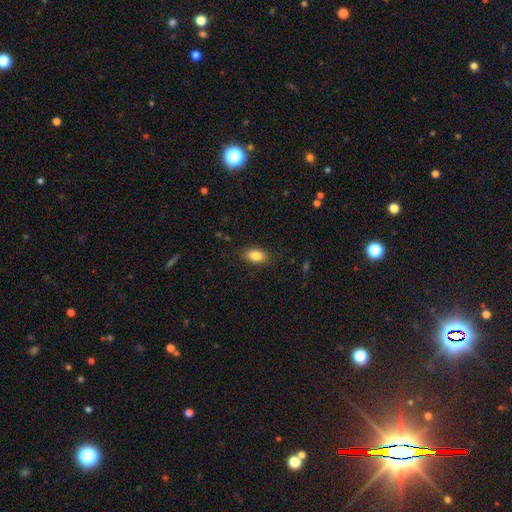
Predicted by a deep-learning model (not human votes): Q: Smooth or featured?
A: smooth (84%); runner-up: star or artifact (8%)
Q: How rounded?
A: in between (89%); runner-up: round (9%)
Q: Merging?
A: none (86%); runner-up: minor disturbance (11%)